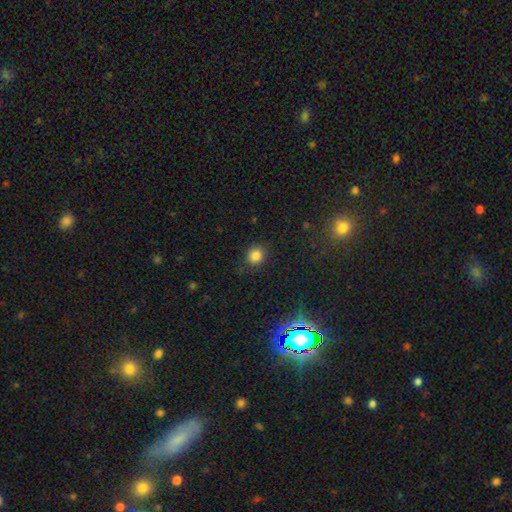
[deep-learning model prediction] smooth-or-featured: smooth: 82% | star or artifact: 12% | featured or disk: 5%
  how-rounded: round: 76% | in between: 23% | cigar-shaped: 1%
  merging: none: 85% | minor disturbance: 10% | major disturbance: 3% | merger: 1%